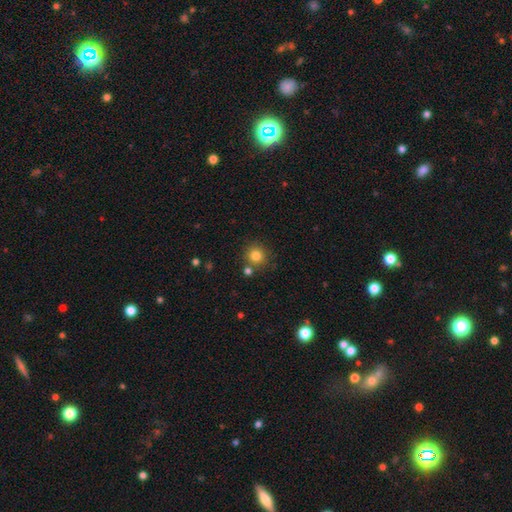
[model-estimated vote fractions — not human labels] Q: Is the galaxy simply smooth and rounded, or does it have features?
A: smooth — 82%.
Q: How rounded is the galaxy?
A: round — 92%.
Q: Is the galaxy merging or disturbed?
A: none — 80%.